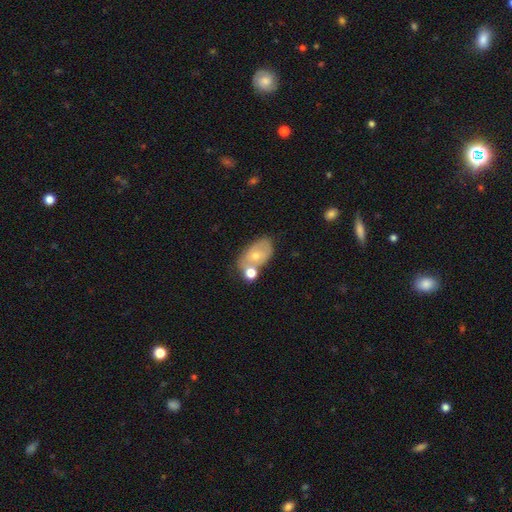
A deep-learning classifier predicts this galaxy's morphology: A smooth galaxy with no disk features (57%) that is in between round and cigar-shaped (87%).

Vote fractions:
- Smooth or featured? smooth: 57% / featured or disk: 35% / star or artifact: 8%
- How rounded? in between: 87% / round: 11% / cigar-shaped: 2%
- Merging? none: 44% / merger: 30% / minor disturbance: 19% / major disturbance: 7%